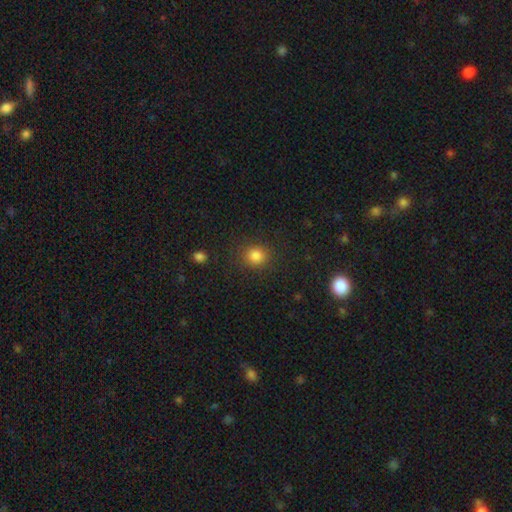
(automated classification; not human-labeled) Smooth or featured? smooth (84%)
How rounded? round (80%)
Merging? none (86%)